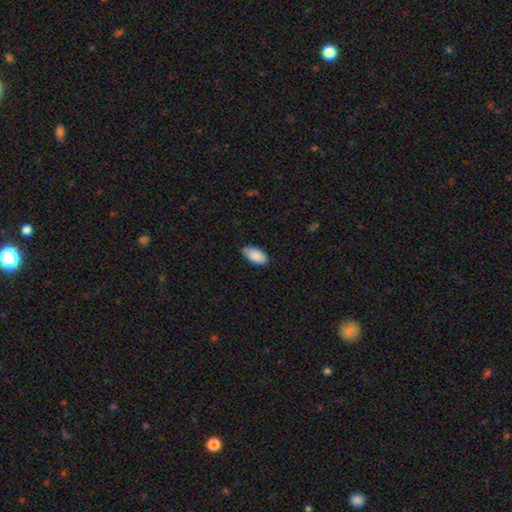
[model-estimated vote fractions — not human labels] smooth 89%, star or artifact 6%, featured or disk 5%. Down the decision tree: how rounded — in between (94%); merging — none (74%).